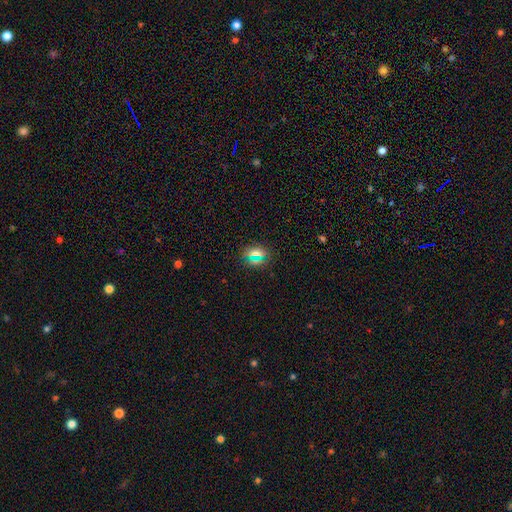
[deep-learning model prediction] smooth 64%, star or artifact 25%, featured or disk 11%. Down the decision tree: how rounded — round (47%); merging — none (83%).